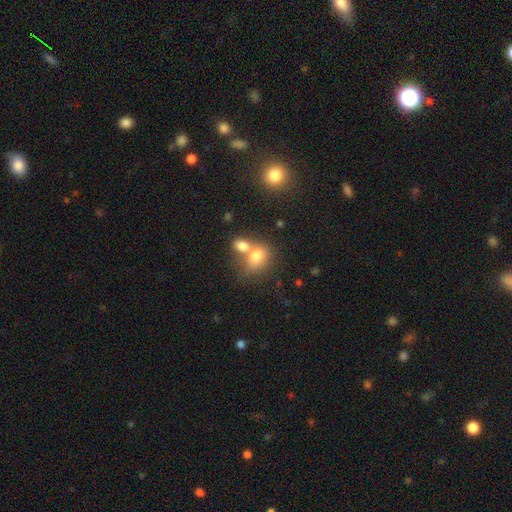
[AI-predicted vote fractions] Smooth or featured: smooth — 75% (featured or disk — 15%)
How rounded: in between — 64% (round — 35%)
Merging: merger — 59% (none — 28%)